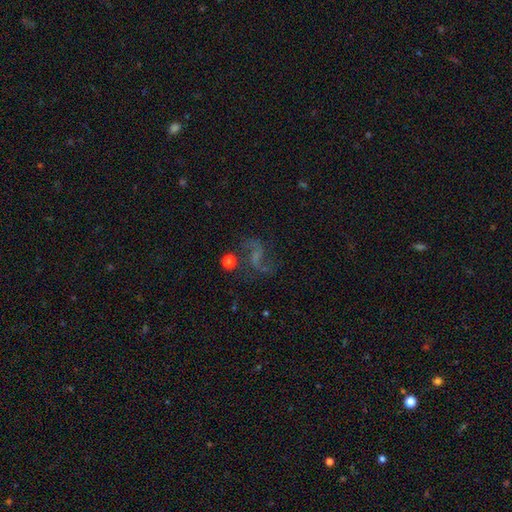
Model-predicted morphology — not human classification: featured or disk 75%, star or artifact 14%, smooth 10%. Down the decision tree: edge-on disk — no (97%); bar — weak (45%); spiral arms — yes (94%); spiral arm count — 2 (90%); spiral winding — loose (73%); bulge size — none (47%); merging — none (66%).